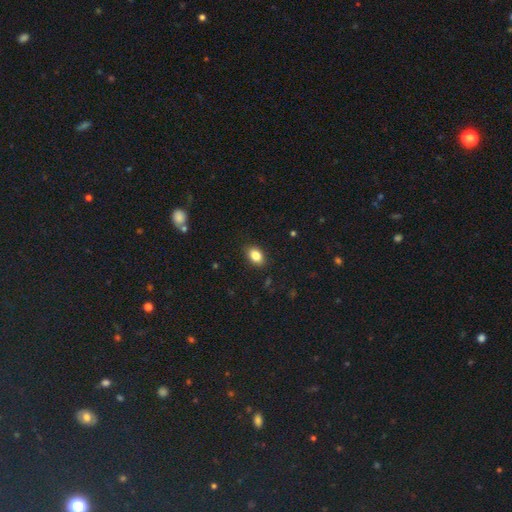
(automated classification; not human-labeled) Q: Smooth or featured?
A: smooth (84%); runner-up: star or artifact (9%)
Q: How rounded?
A: in between (83%); runner-up: round (15%)
Q: Merging?
A: none (87%); runner-up: minor disturbance (10%)